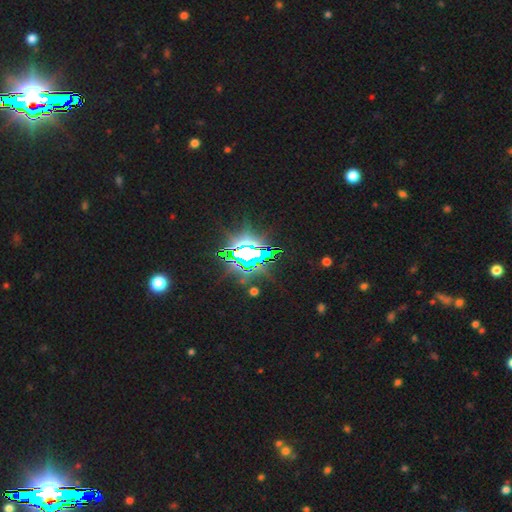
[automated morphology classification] Overall: star or artifact (82%).